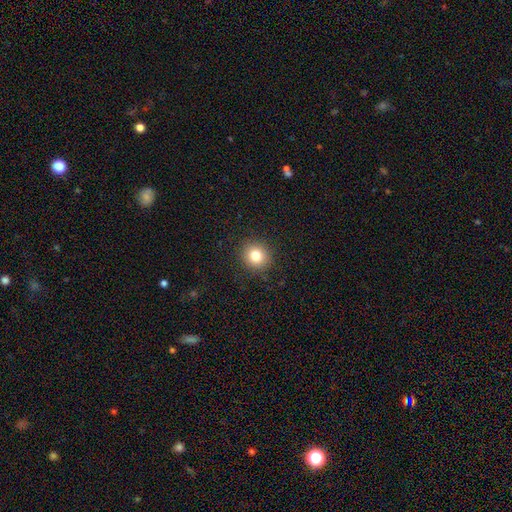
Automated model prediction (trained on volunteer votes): This appears to be a smooth galaxy with no disk features (80%) that is round (89%). Merging: none (90%).